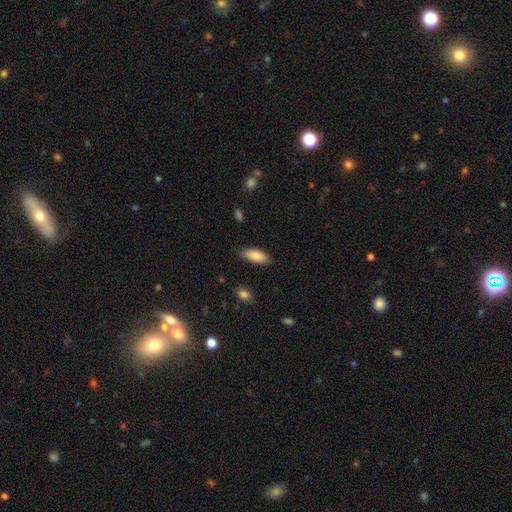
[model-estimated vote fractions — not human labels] A smooth galaxy with no disk features (85%) that is in between round and cigar-shaped (79%).

Vote fractions:
- Smooth or featured? smooth: 85% / featured or disk: 8% / star or artifact: 6%
- How rounded? in between: 79% / cigar-shaped: 19% / round: 2%
- Merging? none: 84% / minor disturbance: 12% / major disturbance: 2% / merger: 1%